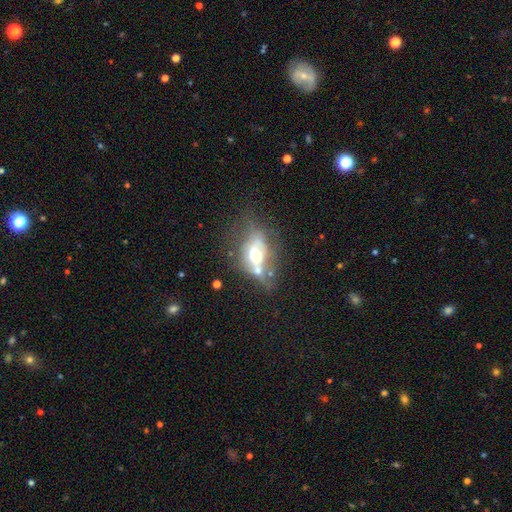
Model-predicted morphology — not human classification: Smooth or featured: featured or disk — 55% (smooth — 34%)
Edge-on disk: no — 74% (yes — 26%)
Merging: merger — 33% (none — 27%)